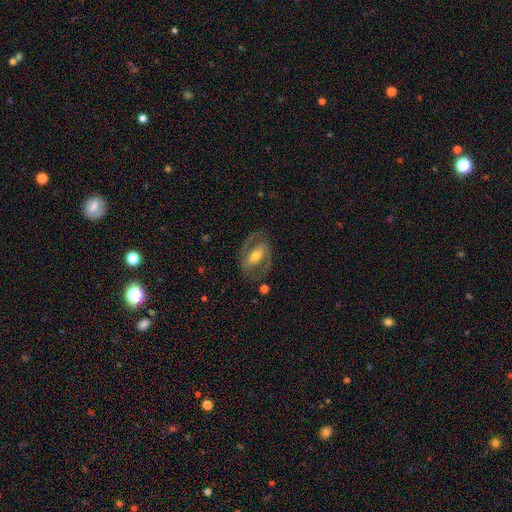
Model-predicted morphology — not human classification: Smooth or featured? featured or disk (77%)
Edge-on disk? no (93%)
Bar? strong (44%)
Spiral arms? yes (79%)
Spiral winding? medium (48%)
Spiral arm count? 2 (83%)
Bulge size? moderate (62%)
Merging? none (74%)